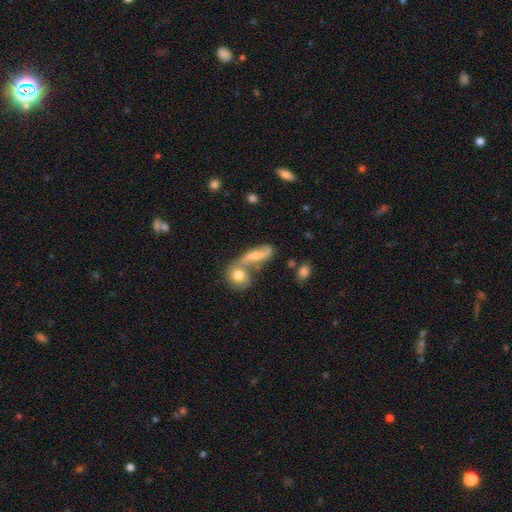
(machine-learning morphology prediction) Smooth or featured? Predicted: featured or disk (p=0.58). Edge-on disk? Predicted: no (p=0.85). Merging? Predicted: merger (p=0.50).